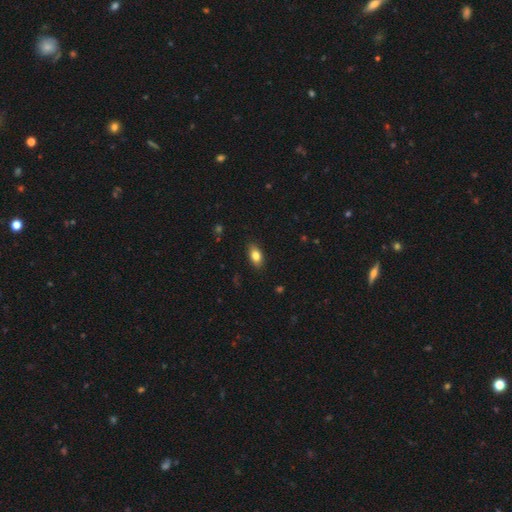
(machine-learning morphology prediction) Smooth or featured? Predicted: smooth (p=0.82). How rounded? Predicted: in between (p=0.89). Merging? Predicted: none (p=0.87).